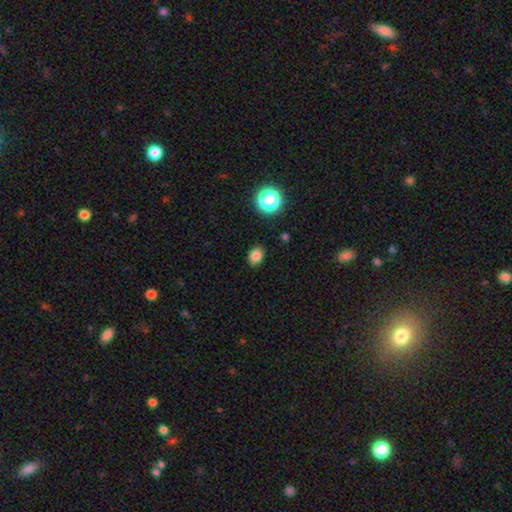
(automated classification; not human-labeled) This appears to be a smooth galaxy with no disk features (83%) that is in between round and cigar-shaped (64%). Merging: none (87%).